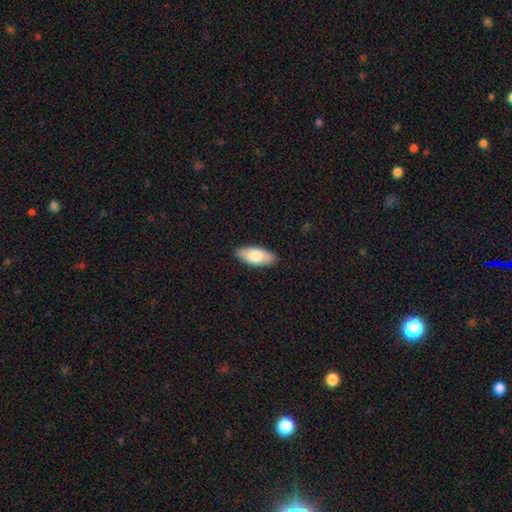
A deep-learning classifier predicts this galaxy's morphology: The model was most divided on "smooth or featured": smooth: 80%, featured or disk: 14%, star or artifact: 5%. More confident: merging — none (87%); how rounded — in between (86%).